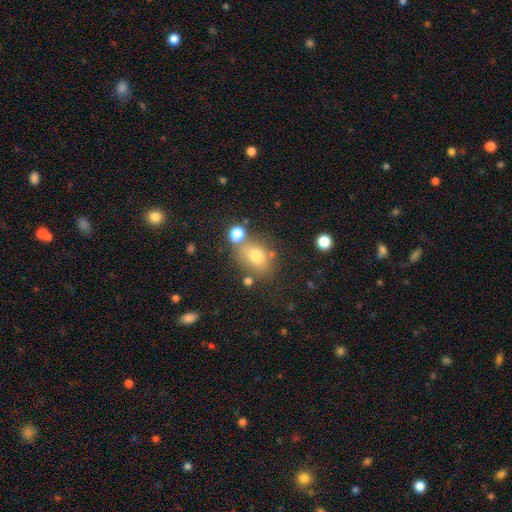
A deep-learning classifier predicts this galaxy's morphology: Smooth or featured? smooth (75%)
How rounded? in between (64%)
Merging? none (61%)